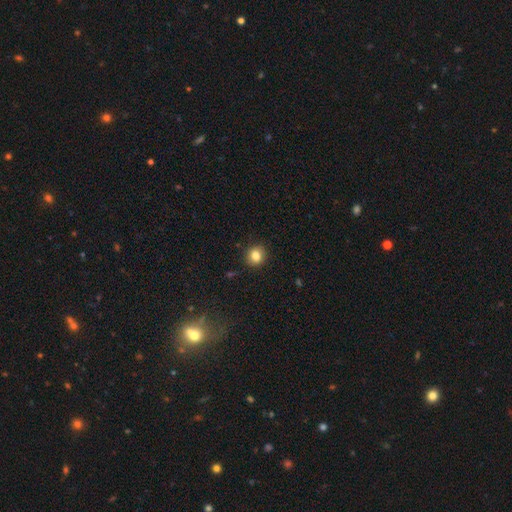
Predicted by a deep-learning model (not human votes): This is clearly a smooth galaxy (83%). How rounded: likely round (78%). Merging: clearly none (88%).